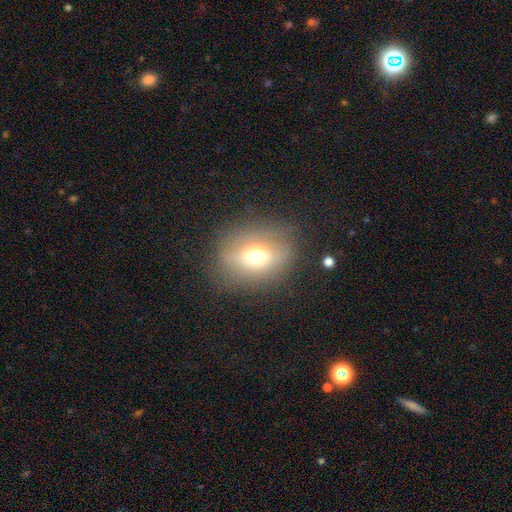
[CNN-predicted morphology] Overall: smooth (56%; featured or disk 31%). How rounded: in between (52%; round 45%). Merging: none (75%).